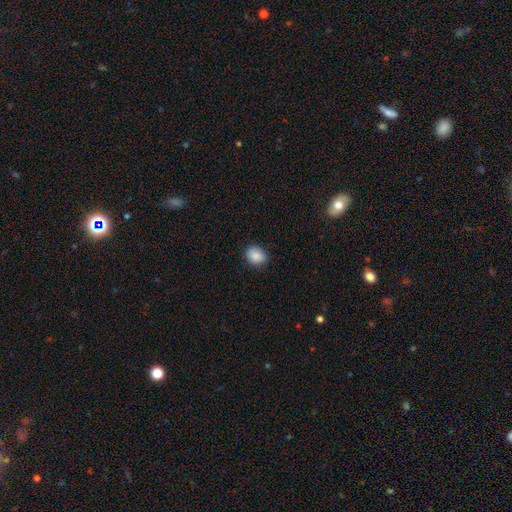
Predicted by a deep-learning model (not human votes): Smooth or featured? Predicted: smooth (p=0.87). How rounded? Predicted: round (p=0.58). Merging? Predicted: none (p=0.84).